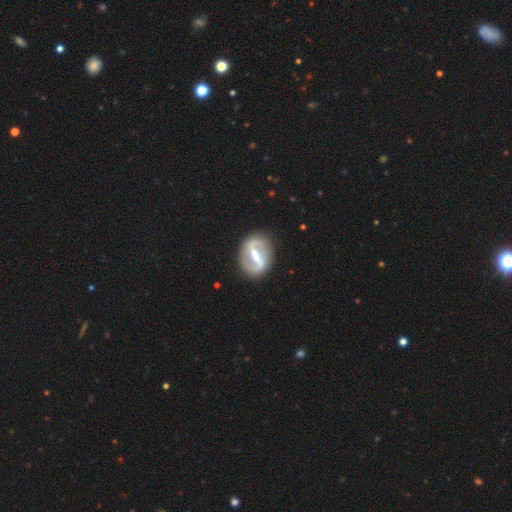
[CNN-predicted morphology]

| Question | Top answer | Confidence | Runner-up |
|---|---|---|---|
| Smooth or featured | featured or disk | 81% | smooth (14%) |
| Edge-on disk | no | 94% | yes (6%) |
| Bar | strong | 76% | weak (19%) |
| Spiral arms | yes | 69% | no (31%) |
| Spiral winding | medium | 41% | loose (31%) |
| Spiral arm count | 2 | 85% | can't tell (8%) |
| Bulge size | moderate | 51% | small (25%) |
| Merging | none | 82% | minor disturbance (11%) |